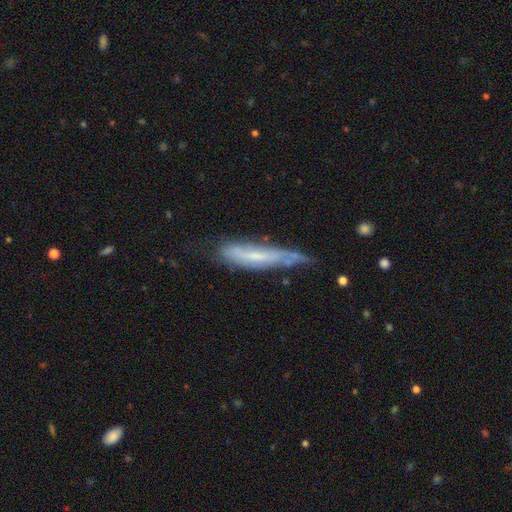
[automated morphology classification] Smooth or featured: featured or disk — 51% (smooth — 41%)
Edge-on disk: yes — 55% (no — 45%)
Merging: none — 44% (minor disturbance — 35%)